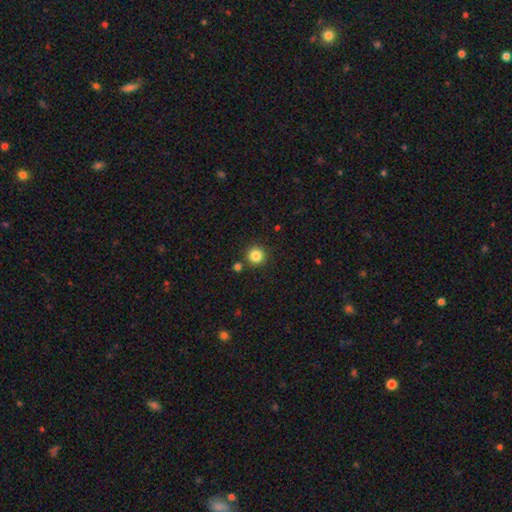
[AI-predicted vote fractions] A smooth galaxy with no disk features (84%) that is round (95%).

Vote fractions:
- Smooth or featured? smooth: 84% / star or artifact: 12% / featured or disk: 4%
- How rounded? round: 95% / in between: 4% / cigar-shaped: 1%
- Merging? none: 87% / minor disturbance: 6% / merger: 5% / major disturbance: 2%